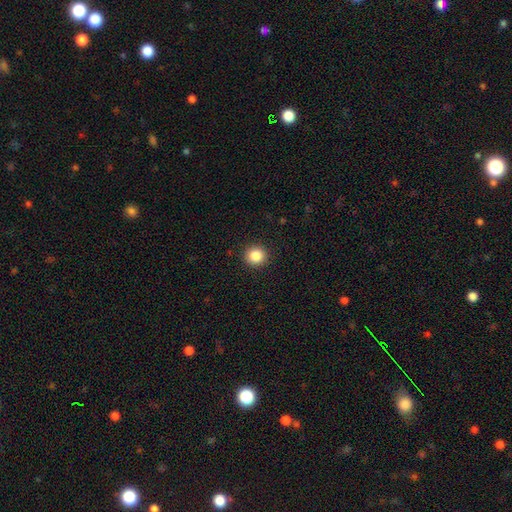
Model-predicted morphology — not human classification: Smooth or featured: smooth — 86% (star or artifact — 10%)
How rounded: round — 93% (in between — 7%)
Merging: none — 92% (minor disturbance — 5%)